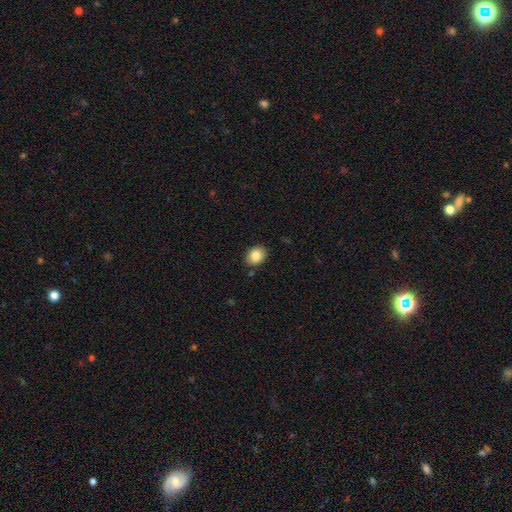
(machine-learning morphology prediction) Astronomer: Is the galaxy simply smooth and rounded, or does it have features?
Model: smooth — 84%.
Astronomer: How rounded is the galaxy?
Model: in between — 59% (runner-up: round, 40%).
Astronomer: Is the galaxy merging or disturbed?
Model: none — 87%.